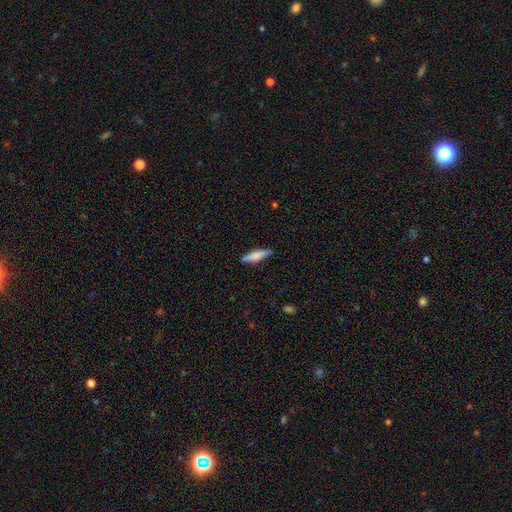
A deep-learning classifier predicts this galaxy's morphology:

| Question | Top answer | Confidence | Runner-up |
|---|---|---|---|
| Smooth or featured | smooth | 69% | featured or disk (25%) |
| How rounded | cigar-shaped | 76% | in between (22%) |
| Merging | none | 87% | minor disturbance (10%) |